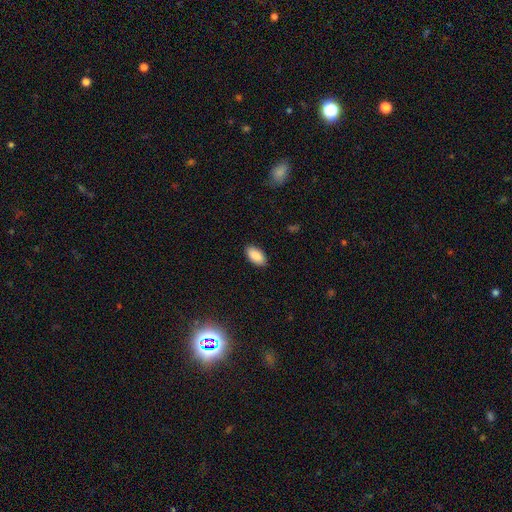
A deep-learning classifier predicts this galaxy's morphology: smooth_or_featured: smooth (p=0.88) [alt: star or artifact p=0.07]
how_rounded: in between (p=0.94) [alt: cigar-shaped p=0.04]
merging: none (p=0.89) [alt: minor disturbance p=0.08]